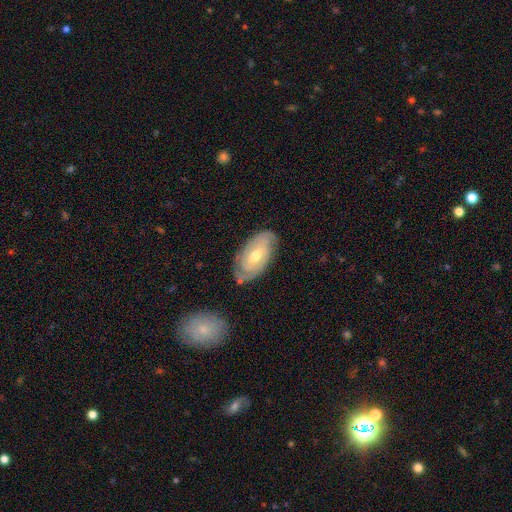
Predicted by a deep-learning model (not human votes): Smooth or featured? Predicted: featured or disk (p=0.71). Edge-on disk? Predicted: no (p=0.93). Bar? Predicted: no (p=0.52). Spiral arms? Predicted: yes (p=0.86). Spiral winding? Predicted: tight (p=0.64). Spiral arm count? Predicted: 2 (p=0.53). Bulge size? Predicted: moderate (p=0.60). Merging? Predicted: none (p=0.75).